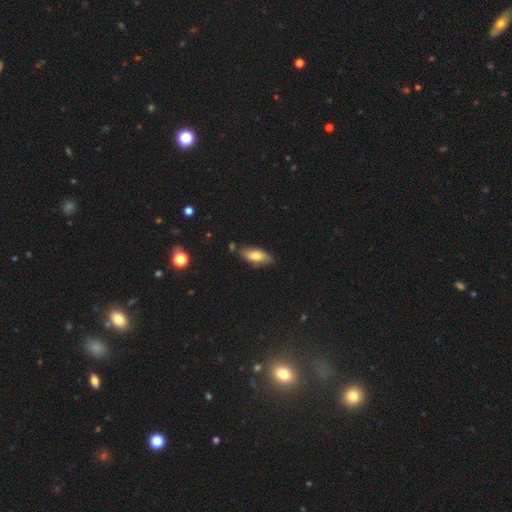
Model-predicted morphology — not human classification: This appears to be a smooth galaxy with no disk features (73%) that is in between round and cigar-shaped (79%). Merging: none (78%).